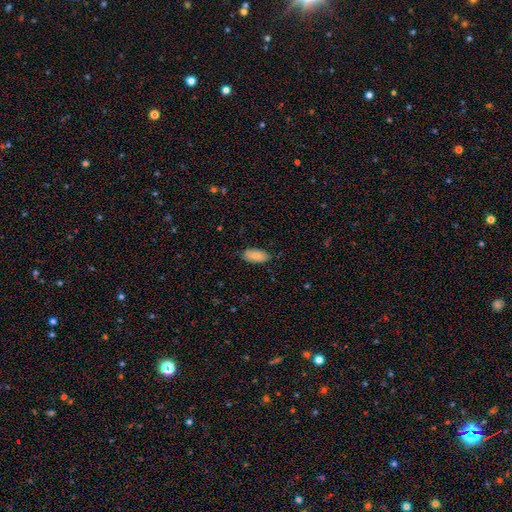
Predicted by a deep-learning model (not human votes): Overall: smooth (84%). How rounded: in between (90%). Merging: none (79%).